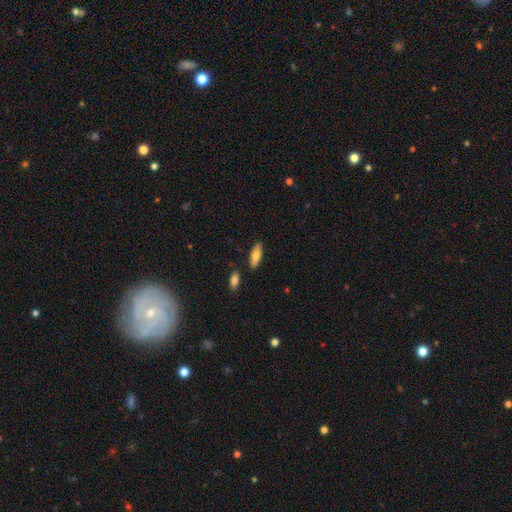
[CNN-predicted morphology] Smooth or featured? Predicted: smooth (p=0.72). How rounded? Predicted: in between (p=0.68). Merging? Predicted: none (p=0.85).